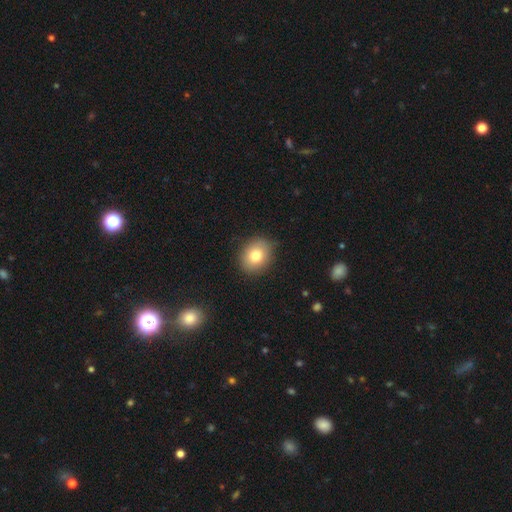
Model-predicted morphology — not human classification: type=smooth (79%); roundness=round (56%); merging=none (86%).